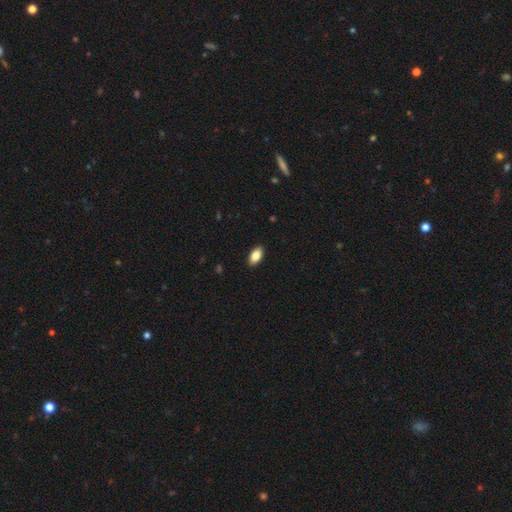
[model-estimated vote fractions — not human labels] smooth 85%, featured or disk 8%, star or artifact 7%. Down the decision tree: how rounded — in between (92%); merging — none (90%).